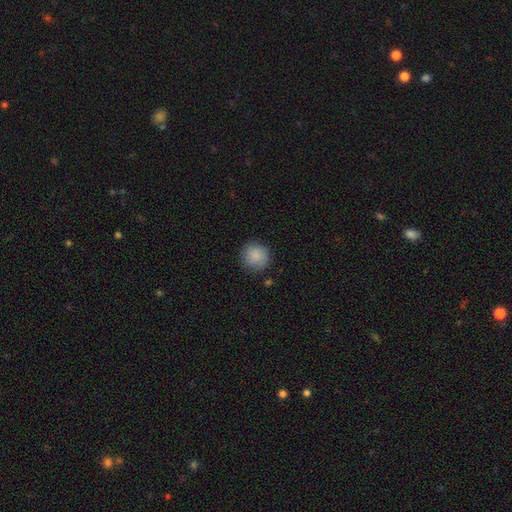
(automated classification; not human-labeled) Smooth or featured? Predicted: smooth (p=0.88). How rounded? Predicted: round (p=0.93). Merging? Predicted: none (p=0.86).